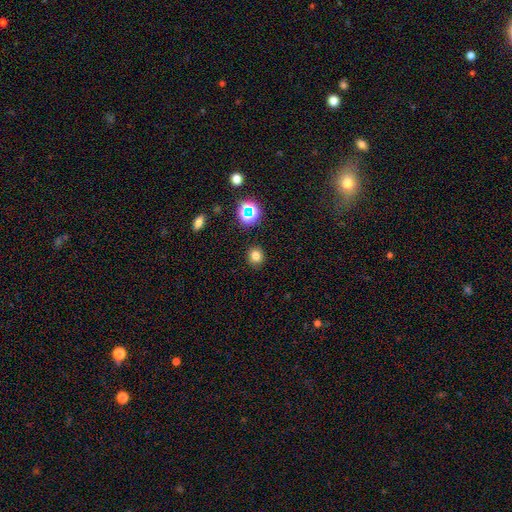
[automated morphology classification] Smooth or featured: smooth — 76% (star or artifact — 18%)
How rounded: round — 83% (in between — 16%)
Merging: none — 89% (minor disturbance — 7%)